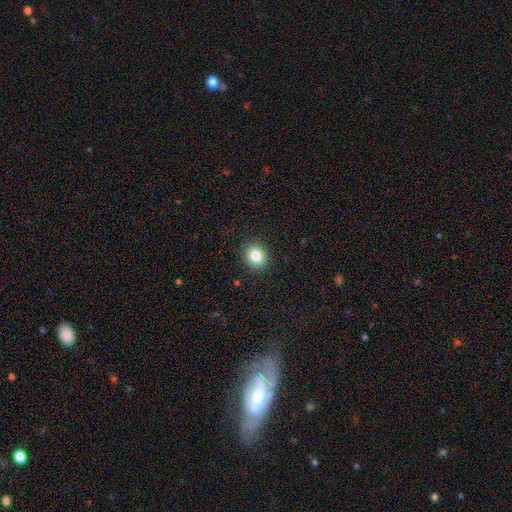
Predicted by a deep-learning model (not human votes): smooth 83%, star or artifact 10%, featured or disk 7%. Down the decision tree: how rounded — round (63%); merging — none (90%).